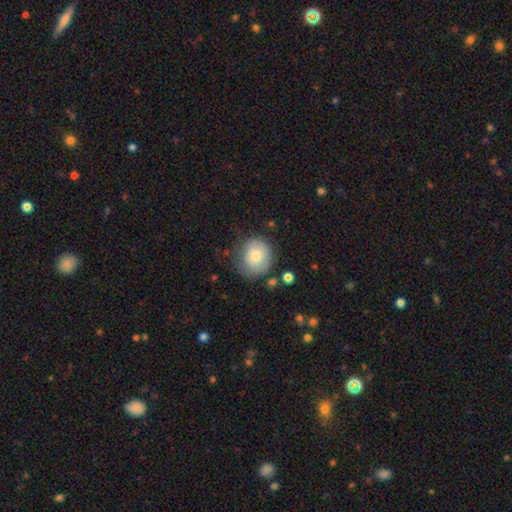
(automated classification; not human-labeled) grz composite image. It shows a smooth galaxy with no disk features (76%) that is round (80%). Merging: none (67%).